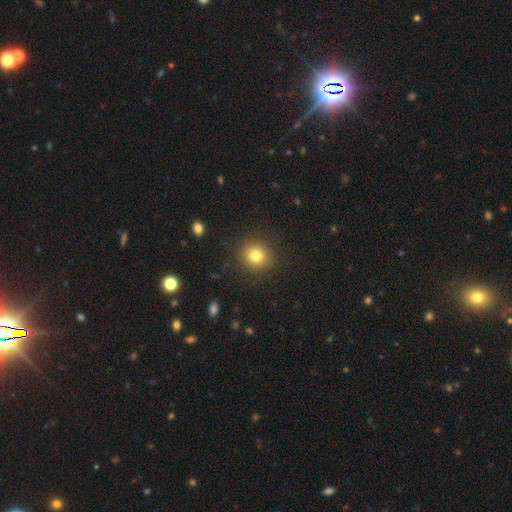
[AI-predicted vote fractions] Q: Smooth or featured?
A: smooth (81%); runner-up: star or artifact (12%)
Q: How rounded?
A: round (88%); runner-up: in between (11%)
Q: Merging?
A: none (89%); runner-up: minor disturbance (7%)